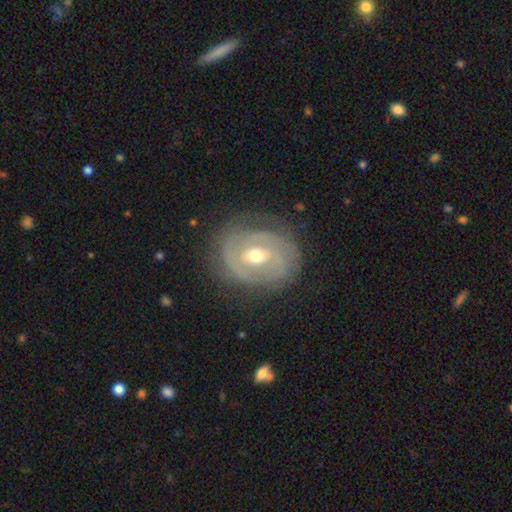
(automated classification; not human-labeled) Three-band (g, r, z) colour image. It shows a featured or disk galaxy (80%) with a weak bar (45%), 2 (47%) tight (65%) spiral arms (78%) and a moderate central bulge (70%). Merging: none (76%).